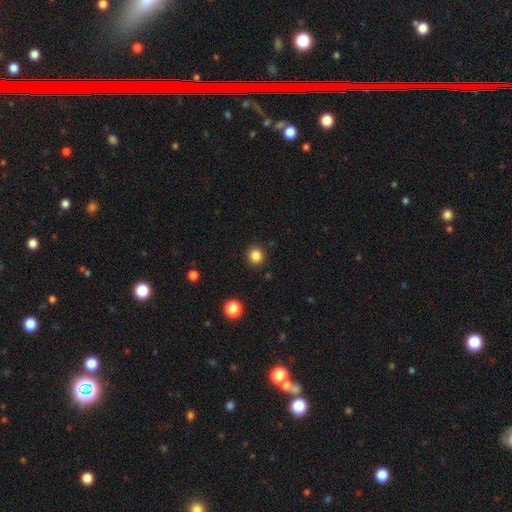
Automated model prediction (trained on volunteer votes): smooth-or-featured: smooth: 85% | star or artifact: 11% | featured or disk: 4%
  how-rounded: round: 89% | in between: 11% | cigar-shaped: 1%
  merging: none: 91% | minor disturbance: 6% | major disturbance: 2% | merger: 1%